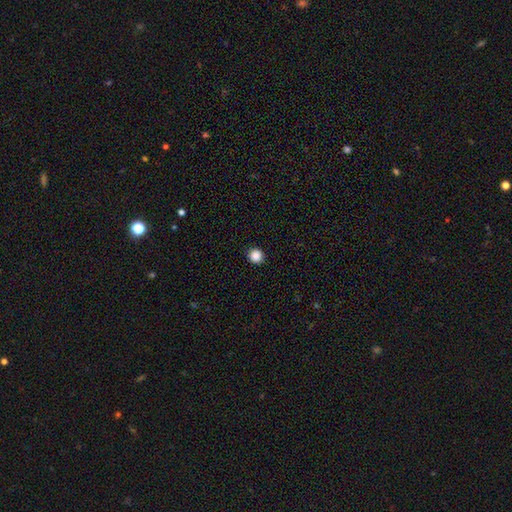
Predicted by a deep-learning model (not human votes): Morphology: type=smooth (87%); roundness=round (95%); merging=none (93%).